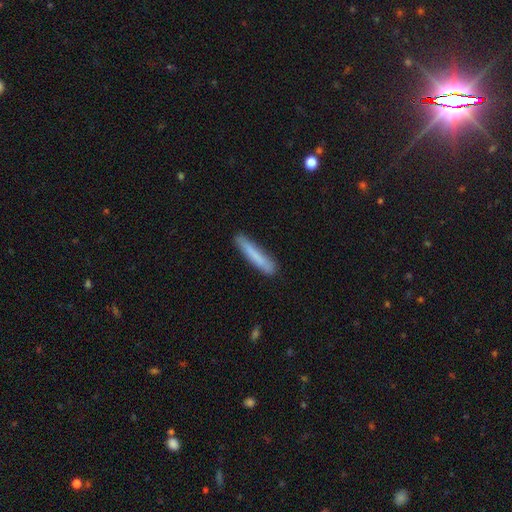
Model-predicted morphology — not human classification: This appears to be a smooth galaxy with no disk features (76%) that is cigar-shaped (94%). Merging: none (84%).